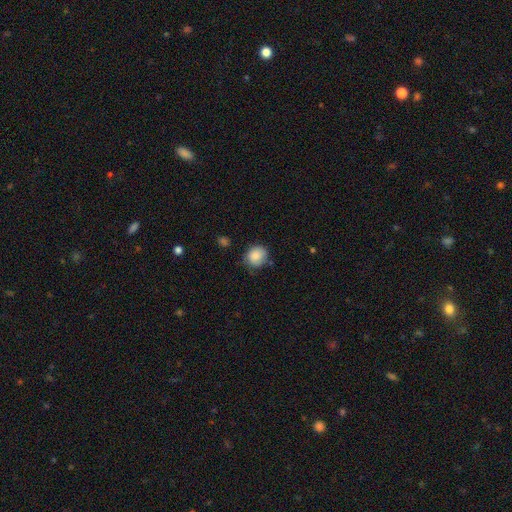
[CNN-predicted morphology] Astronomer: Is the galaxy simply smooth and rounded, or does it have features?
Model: smooth — 85%.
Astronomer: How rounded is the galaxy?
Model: round — 72%.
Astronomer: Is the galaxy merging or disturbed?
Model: none — 71%.